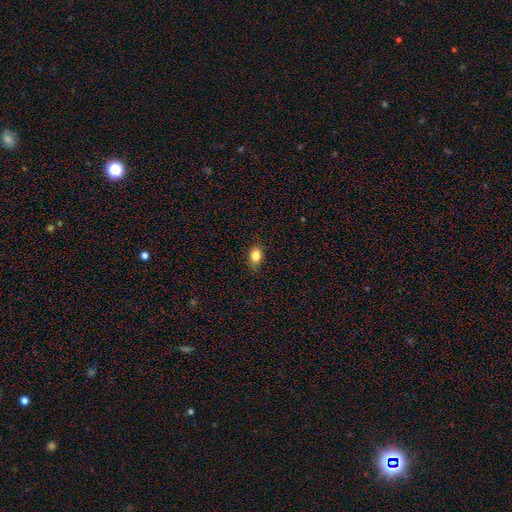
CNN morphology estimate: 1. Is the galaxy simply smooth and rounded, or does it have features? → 84% smooth, 10% star or artifact, 6% featured or disk.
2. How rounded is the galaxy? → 60% in between, 38% round, 2% cigar-shaped.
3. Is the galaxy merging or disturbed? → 81% none, 15% minor disturbance, 3% major disturbance, 1% merger.